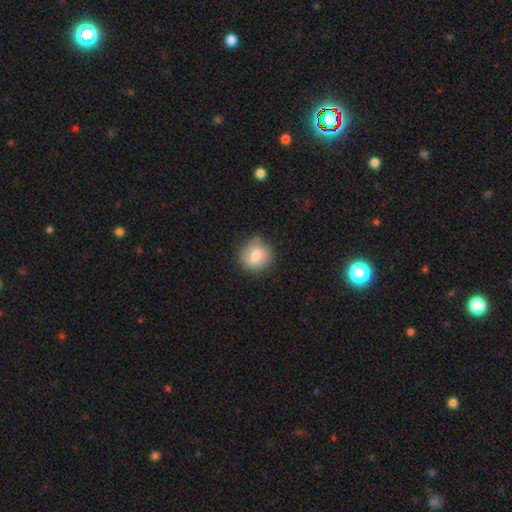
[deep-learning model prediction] Morphology: type=smooth (74%); roundness=round (86%); merging=none (75%).